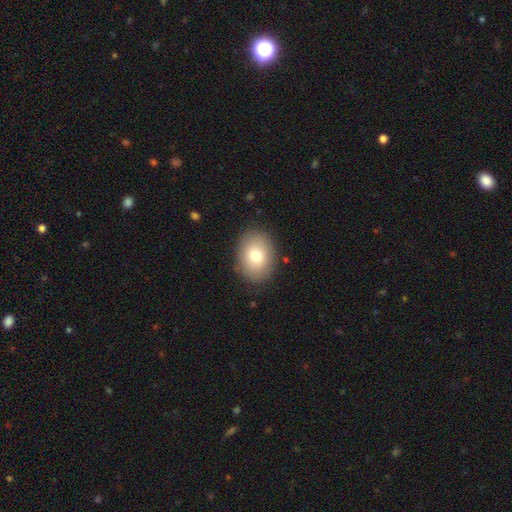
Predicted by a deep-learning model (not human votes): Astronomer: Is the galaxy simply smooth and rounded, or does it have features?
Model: smooth — 77%.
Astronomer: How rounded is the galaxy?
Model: in between — 61% (runner-up: round, 38%).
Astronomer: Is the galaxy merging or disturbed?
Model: none — 87%.